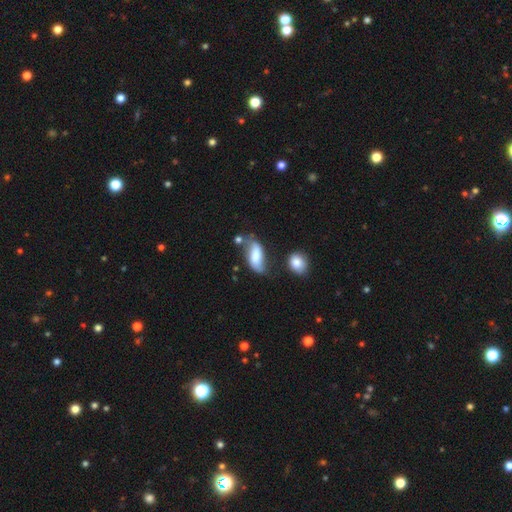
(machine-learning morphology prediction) Overall: smooth (50%; featured or disk 42%). How rounded: in between (85%). Merging: none (48%; minor disturbance 27%).